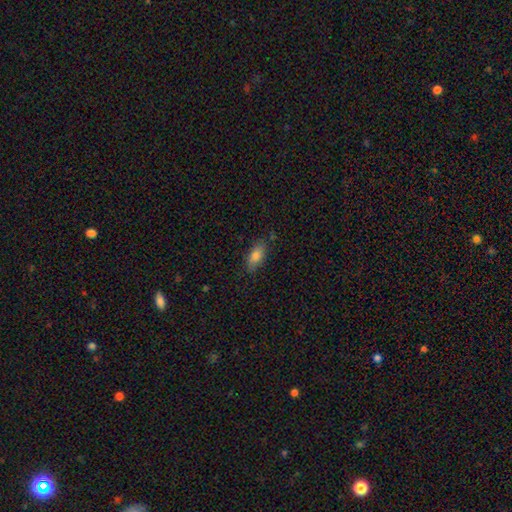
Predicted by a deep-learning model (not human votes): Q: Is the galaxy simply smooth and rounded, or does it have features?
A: smooth — 81%.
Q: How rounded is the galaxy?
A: in between — 82%.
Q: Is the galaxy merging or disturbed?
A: none — 81%.